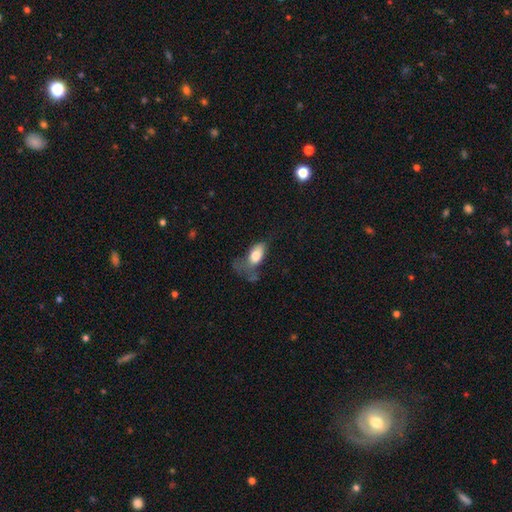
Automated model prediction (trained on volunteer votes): Smooth or featured? smooth (74%)
How rounded? in between (88%)
Merging? major disturbance (47%)